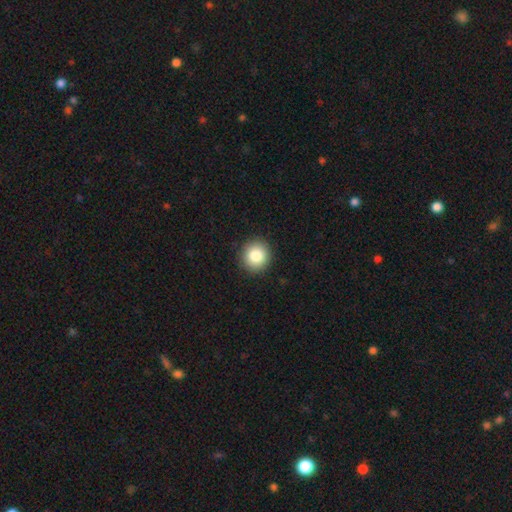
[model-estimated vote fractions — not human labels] Morphology: type=smooth (84%); roundness=round (91%); merging=none (92%).